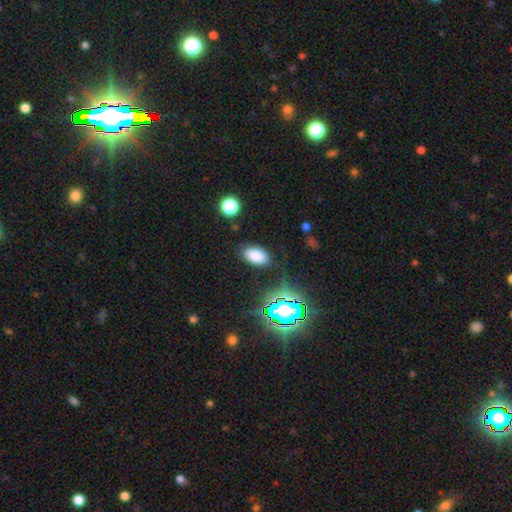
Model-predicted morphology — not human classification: smooth_or_featured: smooth (p=0.78) [alt: star or artifact p=0.15]
how_rounded: in between (p=0.93) [alt: round p=0.05]
merging: none (p=0.83) [alt: minor disturbance p=0.11]